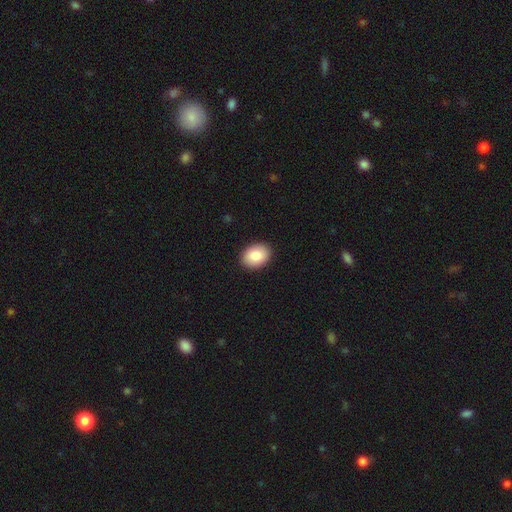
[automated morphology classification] type=smooth (86%); roundness=in between (70%); merging=none (91%).